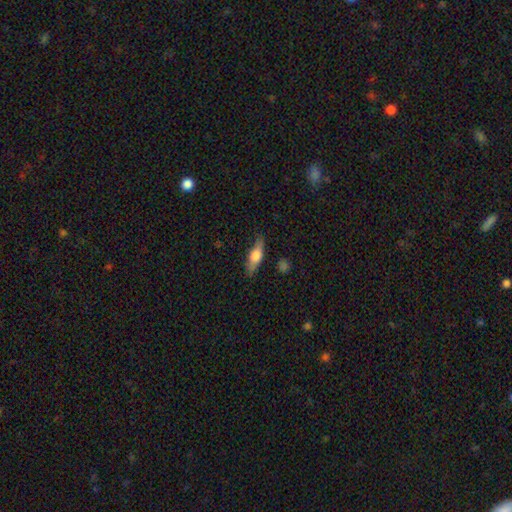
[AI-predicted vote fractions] smooth_or_featured: smooth (p=0.55) [alt: featured or disk p=0.39]
how_rounded: in between (p=0.49) [alt: cigar-shaped p=0.47]
merging: none (p=0.77) [alt: minor disturbance p=0.17]